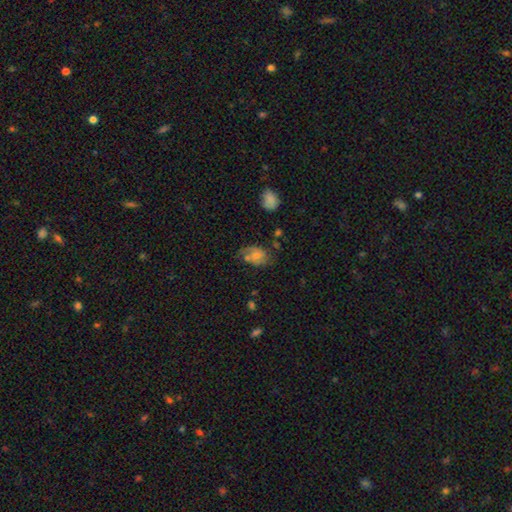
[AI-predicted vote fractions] Q: Smooth or featured?
A: smooth (60%); runner-up: featured or disk (30%)
Q: How rounded?
A: in between (82%); runner-up: round (16%)
Q: Merging?
A: none (47%); runner-up: minor disturbance (30%)